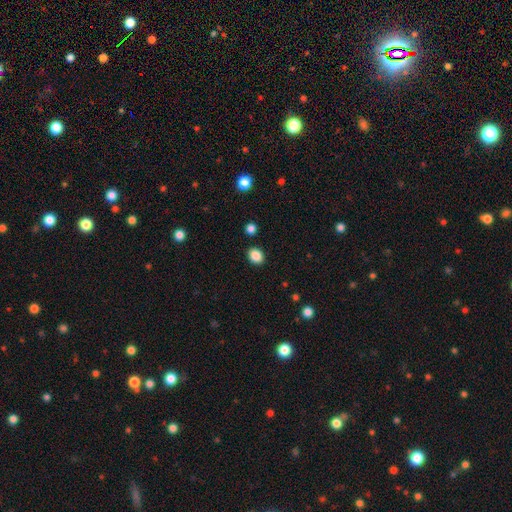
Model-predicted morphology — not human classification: type=smooth (88%); roundness=in between (50%); merging=none (89%).